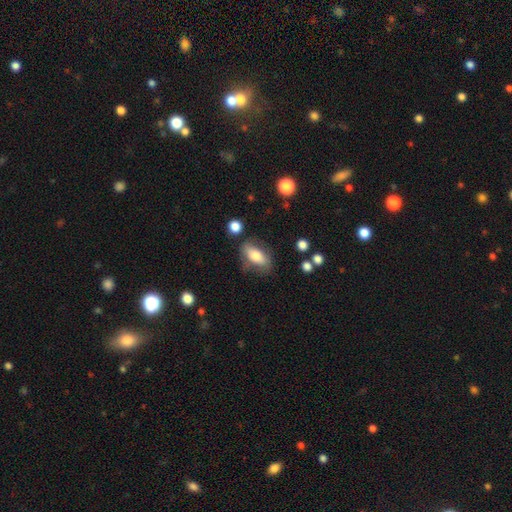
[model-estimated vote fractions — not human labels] Smooth or featured?
  - smooth: 67% *
  - featured or disk: 26%
  - star or artifact: 7%
How rounded?
  - in between: 82% *
  - cigar-shaped: 13%
  - round: 5%
Merging?
  - none: 69% *
  - minor disturbance: 20%
  - major disturbance: 8%
  - merger: 4%